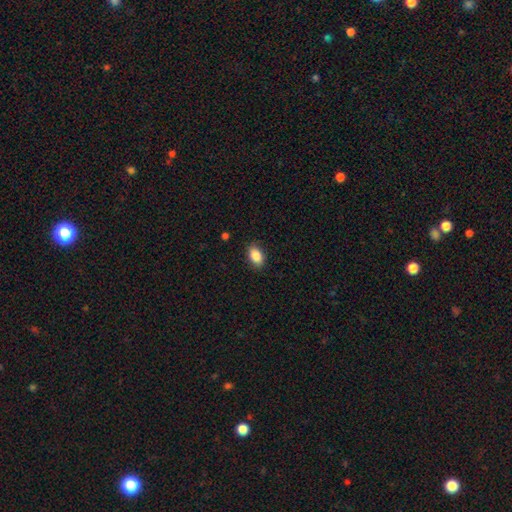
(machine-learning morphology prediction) smooth_or_featured: smooth (p=0.88) [alt: star or artifact p=0.08]
how_rounded: in between (p=0.87) [alt: round p=0.11]
merging: none (p=0.86) [alt: minor disturbance p=0.11]